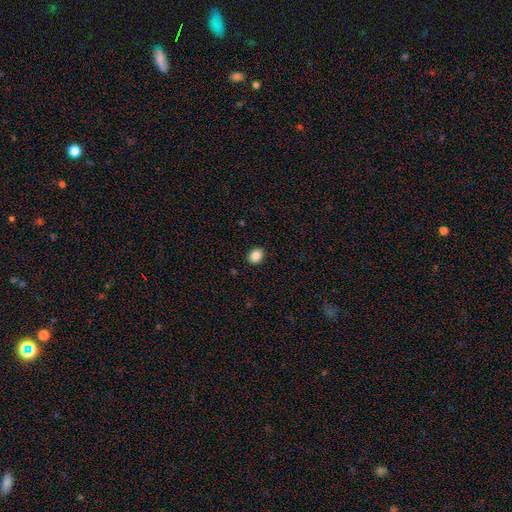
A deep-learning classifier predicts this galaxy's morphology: Overall: smooth (86%). How rounded: round (50%; in between 49%). Merging: none (90%).